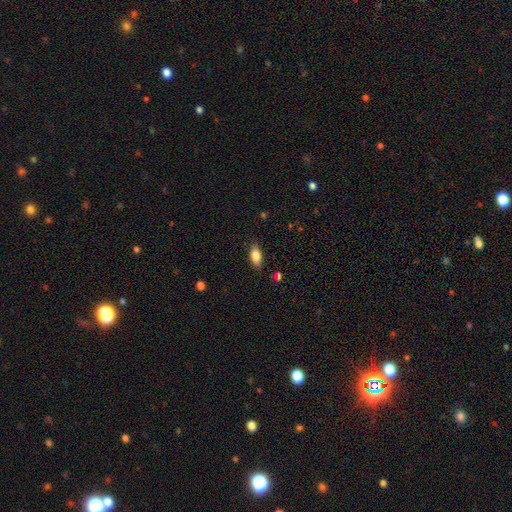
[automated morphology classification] A smooth galaxy with no disk features (82%) that is in between round and cigar-shaped (87%). Merging: none (86%).